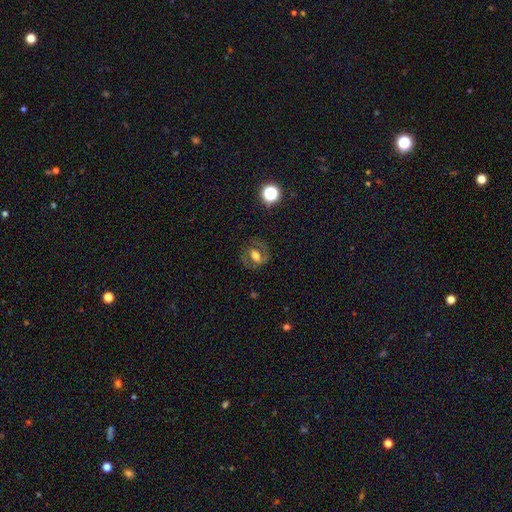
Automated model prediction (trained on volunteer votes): featured or disk 57%, smooth 32%, star or artifact 11%. Down the decision tree: edge-on disk — no (94%); bar — weak (37%); spiral arms — yes (65%); bulge size — moderate (55%); merging — none (76%).